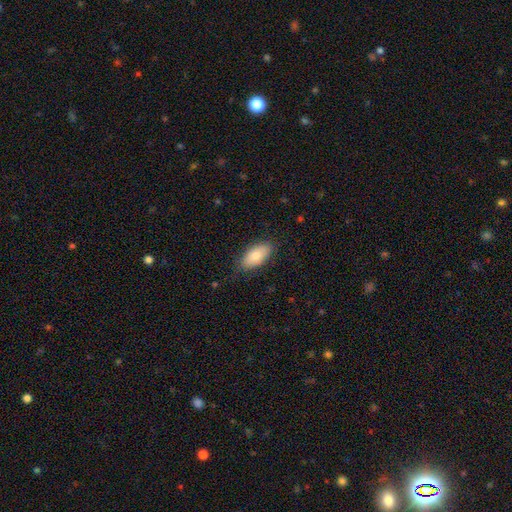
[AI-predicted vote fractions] Smooth or featured?
  - smooth: 81% *
  - featured or disk: 12%
  - star or artifact: 6%
How rounded?
  - in between: 91% *
  - cigar-shaped: 7%
  - round: 2%
Merging?
  - none: 82% *
  - minor disturbance: 14%
  - major disturbance: 3%
  - merger: 1%